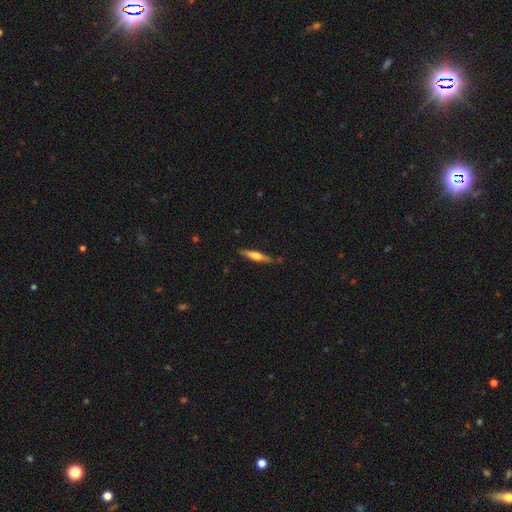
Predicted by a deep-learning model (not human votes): A featured or disk galaxy (53%) viewed edge-on (96%) with a rounded central bulge (75%). Merging: none (82%).